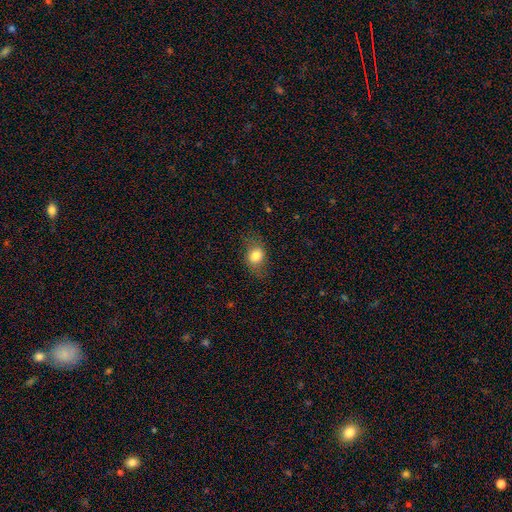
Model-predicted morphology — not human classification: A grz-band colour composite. It shows a smooth galaxy with no disk features (77%) that is in between round and cigar-shaped (54%). Merging: none (74%).